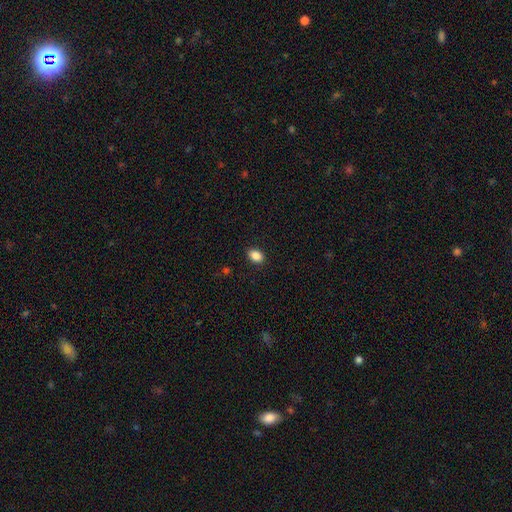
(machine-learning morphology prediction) Smooth or featured? Predicted: smooth (p=0.87). How rounded? Predicted: in between (p=0.81). Merging? Predicted: none (p=0.89).